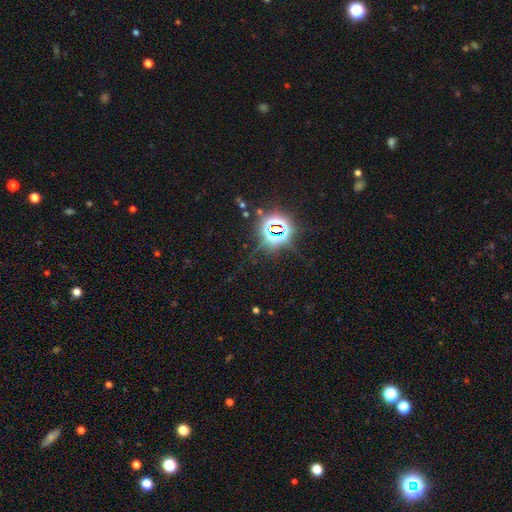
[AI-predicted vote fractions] This is clearly a star or artifact rather than a galaxy (82%).